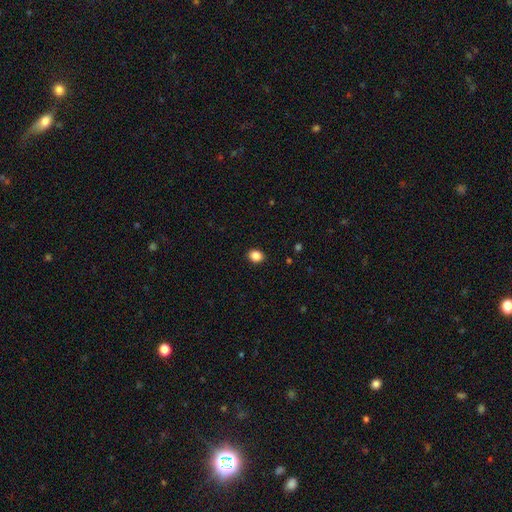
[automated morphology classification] This is clearly a smooth galaxy (87%). How rounded: possibly round (58%). Merging: clearly none (91%).